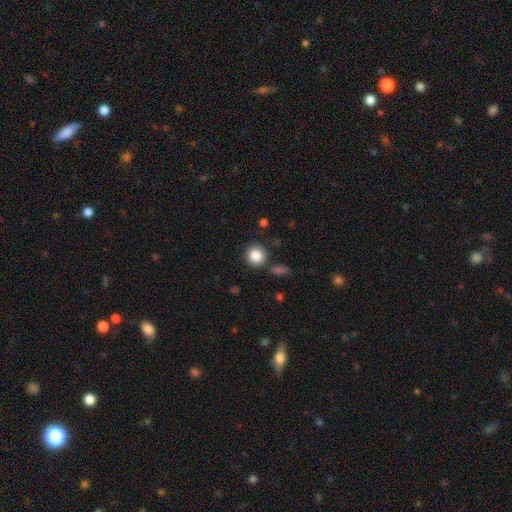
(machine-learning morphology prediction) Smooth or featured? Predicted: smooth (p=0.86). How rounded? Predicted: round (p=0.92). Merging? Predicted: none (p=0.85).